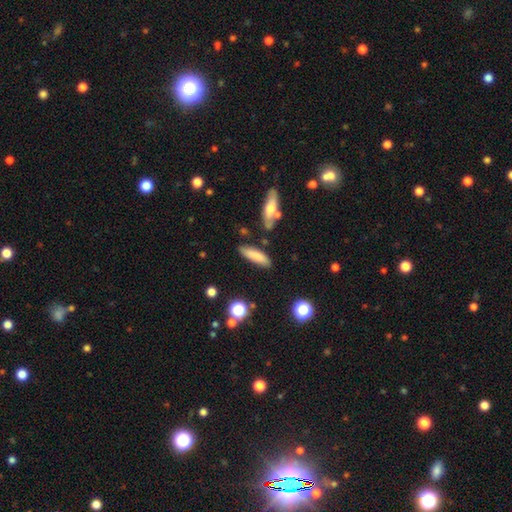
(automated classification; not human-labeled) Q: Smooth or featured?
A: smooth (81%); runner-up: featured or disk (12%)
Q: How rounded?
A: cigar-shaped (57%); runner-up: in between (41%)
Q: Merging?
A: none (78%); runner-up: minor disturbance (14%)